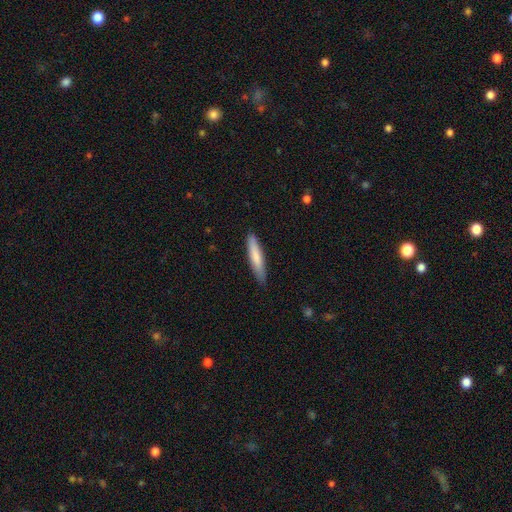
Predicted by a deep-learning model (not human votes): smooth-or-featured: smooth: 77% | featured or disk: 18% | star or artifact: 5%
  how-rounded: cigar-shaped: 88% | in between: 11% | round: 1%
  merging: none: 85% | minor disturbance: 12% | major disturbance: 2% | merger: 1%